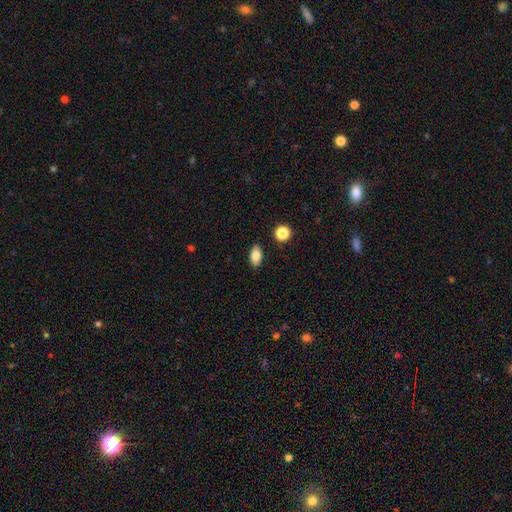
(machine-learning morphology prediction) Overall: smooth (83%). How rounded: in between (88%). Merging: none (88%).